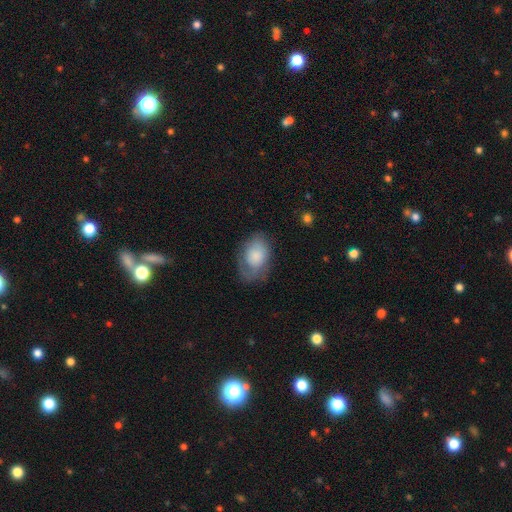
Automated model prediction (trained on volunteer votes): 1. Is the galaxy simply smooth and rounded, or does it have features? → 72% smooth, 21% featured or disk, 7% star or artifact.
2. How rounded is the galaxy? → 85% in between, 14% round, 1% cigar-shaped.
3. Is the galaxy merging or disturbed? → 53% none, 30% minor disturbance, 16% major disturbance, 2% merger.